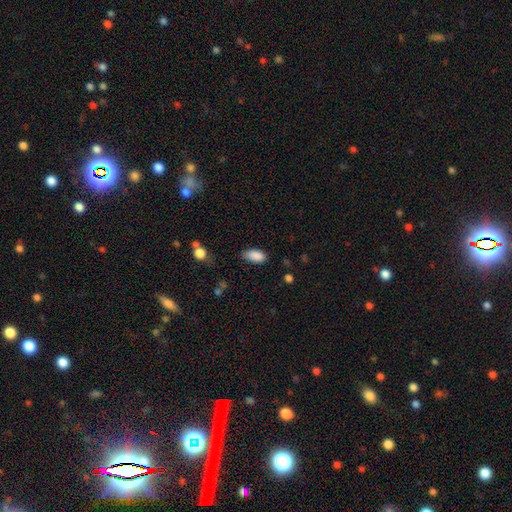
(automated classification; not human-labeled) Overall: smooth (88%). How rounded: in between (92%). Merging: none (70%).